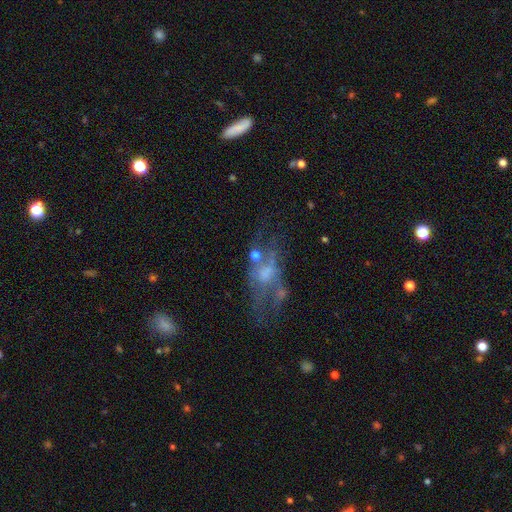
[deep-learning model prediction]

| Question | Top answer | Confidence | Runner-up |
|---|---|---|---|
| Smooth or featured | featured or disk | 52% | smooth (32%) |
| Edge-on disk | no | 91% | yes (9%) |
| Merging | major disturbance | 33% | none (31%) |